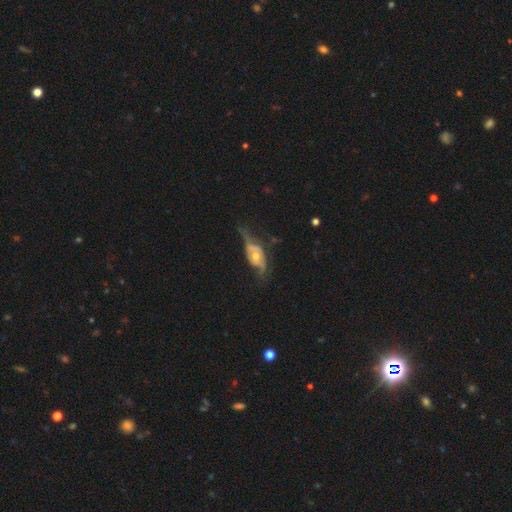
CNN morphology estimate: A featured or disk galaxy (67%) with no bar (76%), spiral arms (52%) and a moderate central bulge (59%).

Vote fractions:
- Smooth or featured? featured or disk: 67% / smooth: 26% / star or artifact: 7%
- Edge-on disk? no: 76% / yes: 24%
- Bar? no: 76% / weak: 18% / strong: 6%
- Spiral arms? yes: 52% / no: 48%
- Bulge size? moderate: 59% / small: 30% / large: 7% / none: 2% / dominant: 1%
- Merging? major disturbance: 37% / none: 31% / minor disturbance: 27% / merger: 4%